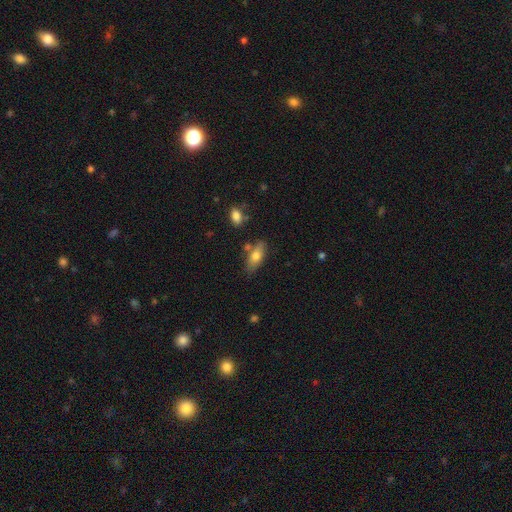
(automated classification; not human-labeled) A smooth galaxy with no disk features (71%) that is in between round and cigar-shaped (75%). Merging: none (71%).